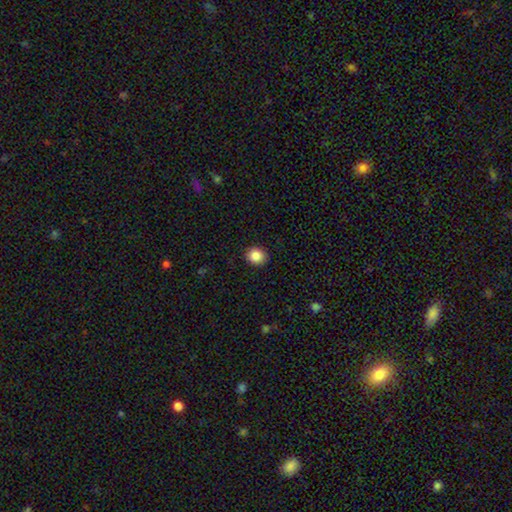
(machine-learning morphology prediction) Smooth or featured? smooth (86%)
How rounded? round (80%)
Merging? none (91%)